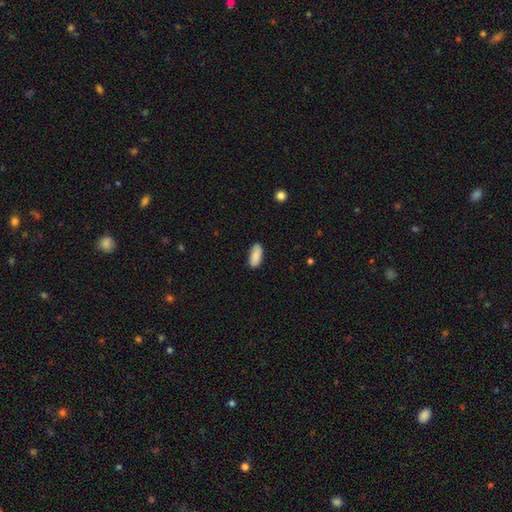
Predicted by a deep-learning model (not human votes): smooth 89%, star or artifact 6%, featured or disk 4%. Down the decision tree: how rounded — in between (88%); merging — none (84%).